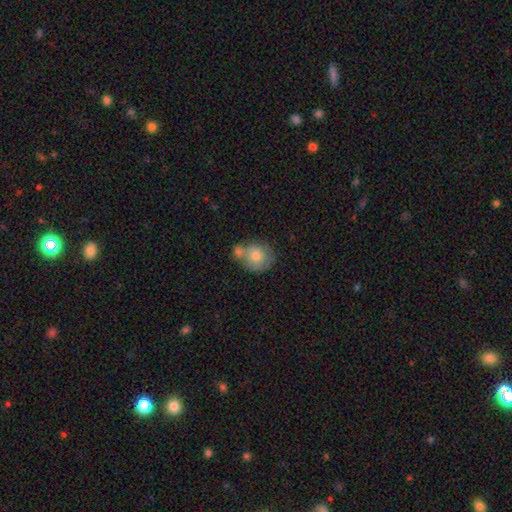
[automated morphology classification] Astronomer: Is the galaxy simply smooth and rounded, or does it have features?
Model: smooth — 74%.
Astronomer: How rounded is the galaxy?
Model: round — 77%.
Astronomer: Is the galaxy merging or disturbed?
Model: merger — 40%, tied with none at 40%.